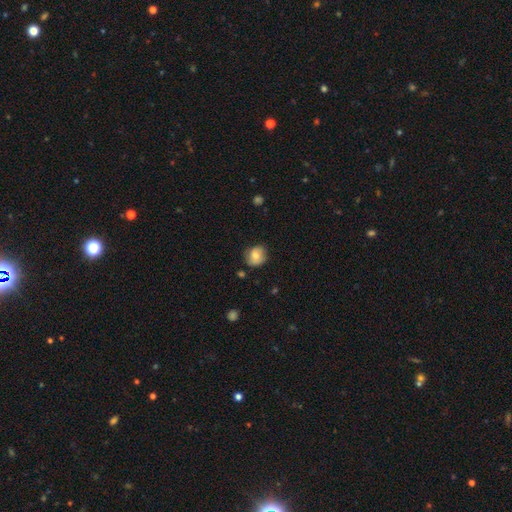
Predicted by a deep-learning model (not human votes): This appears to be a smooth galaxy with no disk features (73%) that is round (74%). Merging: none (72%).